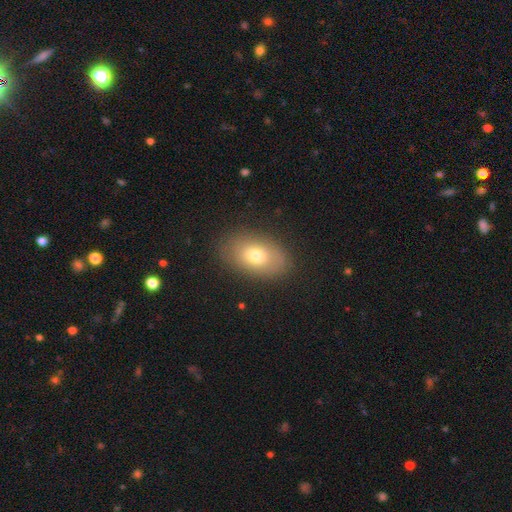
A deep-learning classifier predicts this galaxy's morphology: This is likely a smooth galaxy (72%). How rounded: clearly in between (88%). Merging: clearly none (84%).